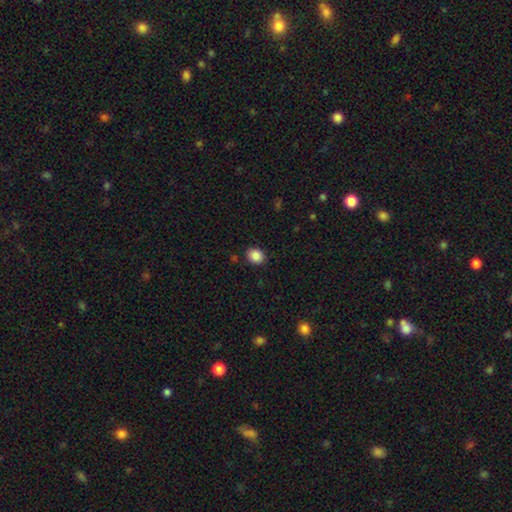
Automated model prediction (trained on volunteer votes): Morphology: type=smooth (87%); roundness=round (64%); merging=none (89%).